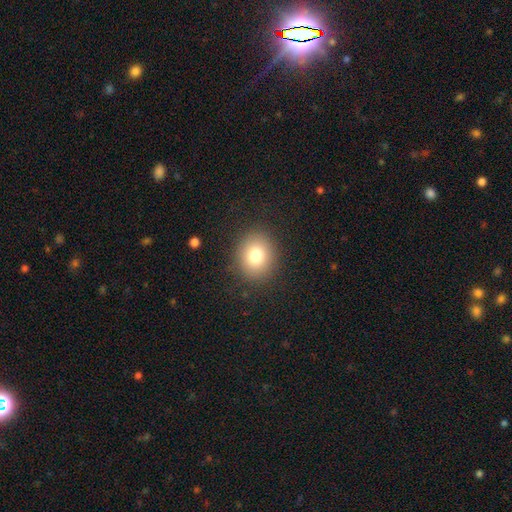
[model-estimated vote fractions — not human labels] The model was most divided on "how rounded": round: 72%, in between: 27%, cigar-shaped: 1%. More confident: merging — none (87%); smooth or featured — smooth (78%).